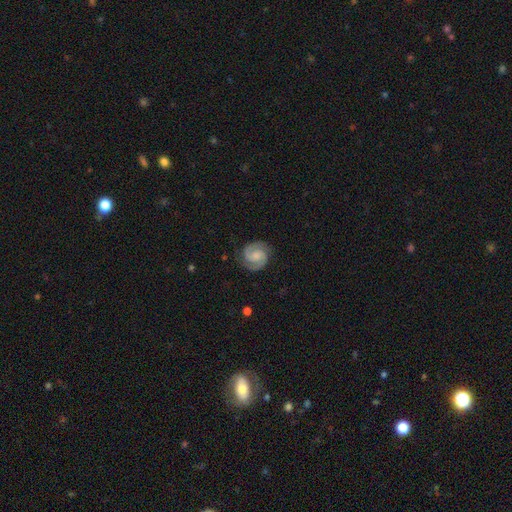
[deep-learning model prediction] This is clearly a featured or disk galaxy (87%). It is clearly not viewed edge-on (98%). Bar: possibly no (54%). Spiral arm pattern: clearly yes (98%). Spiral arm count: clearly 2 (93%). Spiral winding: possibly tight (47%). Central bulge: marginally small (35%). Merging: clearly none (85%).